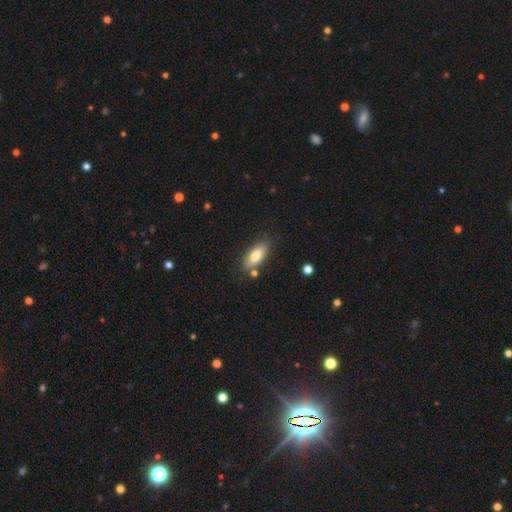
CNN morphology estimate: This appears to be a smooth galaxy with no disk features (78%) that is in between round and cigar-shaped (84%). Merging: none (76%).